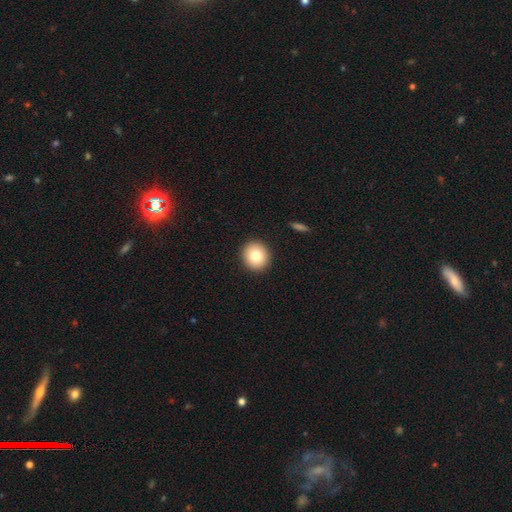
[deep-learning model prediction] Smooth or featured? smooth (79%)
How rounded? round (89%)
Merging? none (93%)